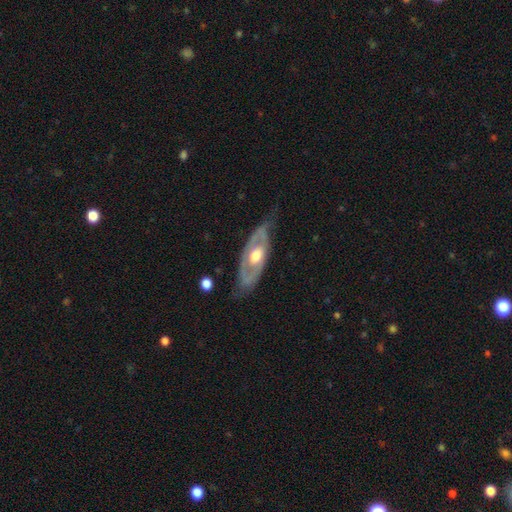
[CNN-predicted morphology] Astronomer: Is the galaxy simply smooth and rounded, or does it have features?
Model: featured or disk — 71%.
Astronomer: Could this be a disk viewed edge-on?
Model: no — 80%.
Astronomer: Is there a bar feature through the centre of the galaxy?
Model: no — 77%.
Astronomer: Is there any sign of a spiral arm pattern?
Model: no — 59% (runner-up: yes, 41%).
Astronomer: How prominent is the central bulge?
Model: moderate — 68%.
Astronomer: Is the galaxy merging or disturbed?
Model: none — 65%.